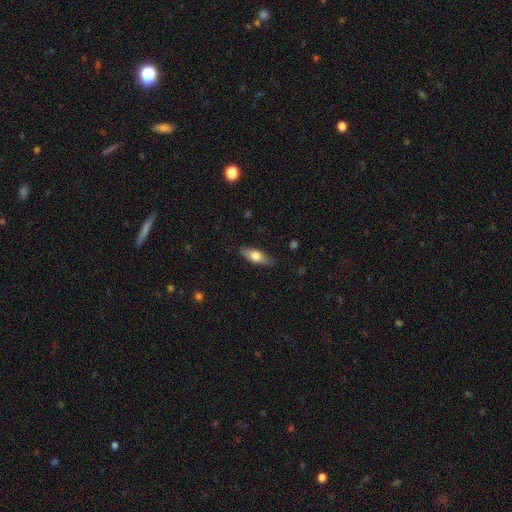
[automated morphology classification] A smooth galaxy with no disk features (65%) that is in between round and cigar-shaped (69%). Merging: none (85%).